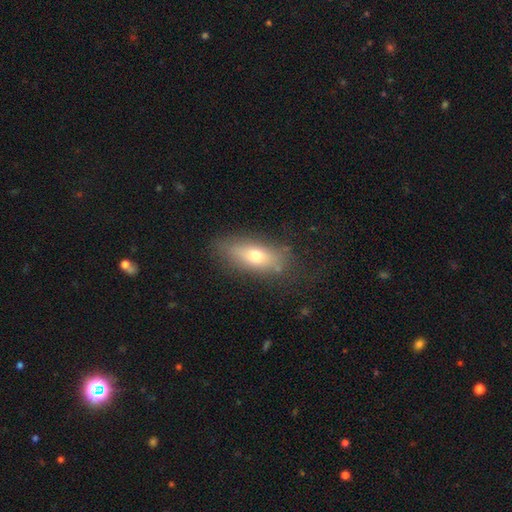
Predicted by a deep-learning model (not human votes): smooth-or-featured: smooth: 66% | featured or disk: 25% | star or artifact: 9%
  how-rounded: in between: 70% | cigar-shaped: 25% | round: 5%
  merging: none: 75% | minor disturbance: 17% | major disturbance: 6% | merger: 2%